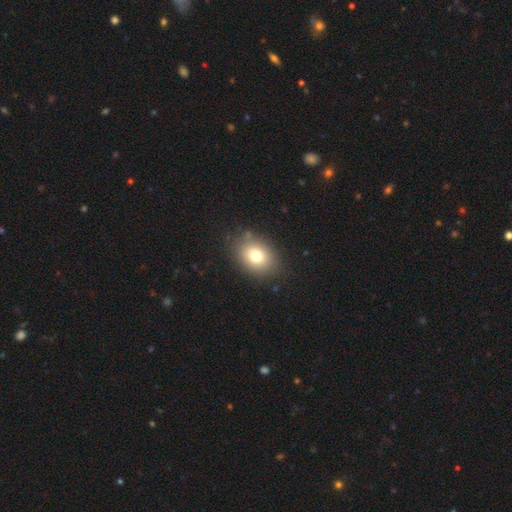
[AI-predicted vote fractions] This appears to be a smooth galaxy with no disk features (76%) that is in between round and cigar-shaped (63%). Merging: none (84%).